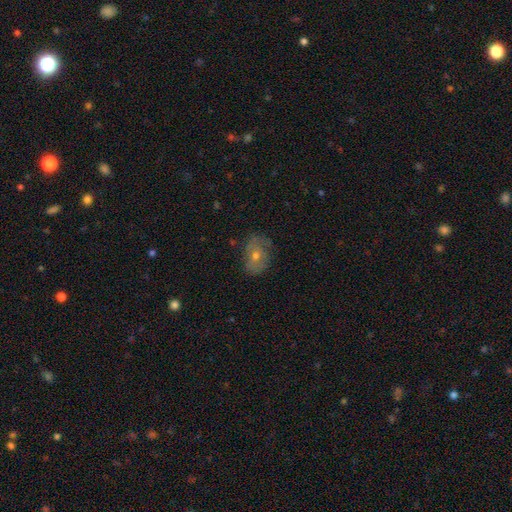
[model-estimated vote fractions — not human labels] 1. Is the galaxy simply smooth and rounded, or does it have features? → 50% featured or disk, 38% smooth, 12% star or artifact.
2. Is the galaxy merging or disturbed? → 64% none, 24% minor disturbance, 10% major disturbance, 2% merger.